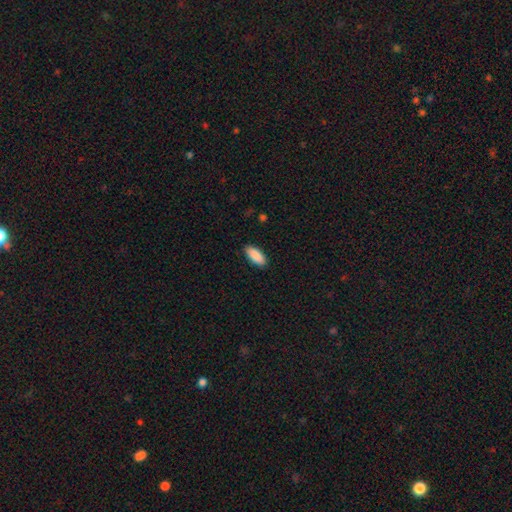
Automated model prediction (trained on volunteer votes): This appears to be a smooth galaxy with no disk features (90%) that is in between round and cigar-shaped (85%). Merging: none (89%).